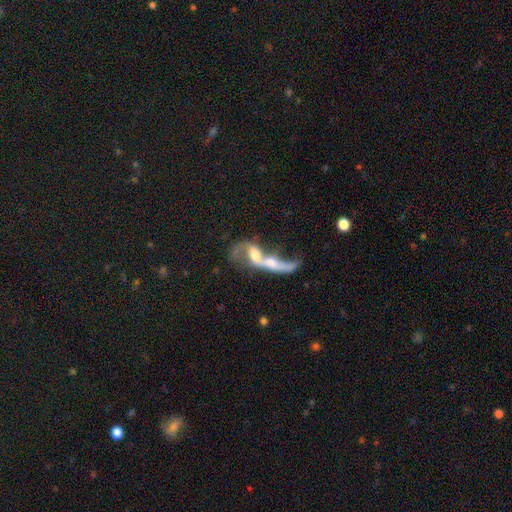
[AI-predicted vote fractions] smooth-or-featured: featured or disk: 61% | smooth: 30% | star or artifact: 9%
  disk-edge-on: no: 88% | yes: 12%
    bar: no: 62% | weak: 27% | strong: 11%
    has-spiral-arms: yes: 62% | no: 38%
    bulge-size: moderate: 49% | large: 19% | small: 18% | none: 12% | dominant: 3%
  merging: merger: 79% | major disturbance: 10% | none: 7% | minor disturbance: 4%